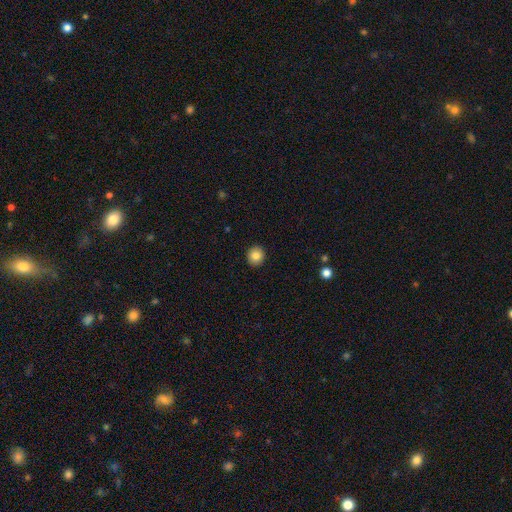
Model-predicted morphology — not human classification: A smooth galaxy with no disk features (84%) that is round (90%). Merging: none (92%).